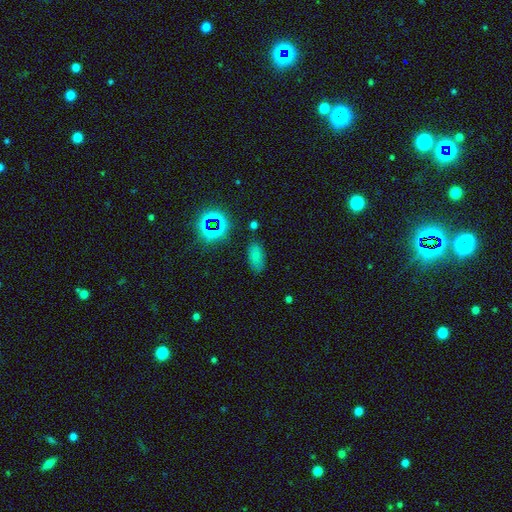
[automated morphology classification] Q: Smooth or featured?
A: smooth (71%); runner-up: star or artifact (21%)
Q: How rounded?
A: in between (89%); runner-up: cigar-shaped (6%)
Q: Merging?
A: none (81%); runner-up: minor disturbance (12%)